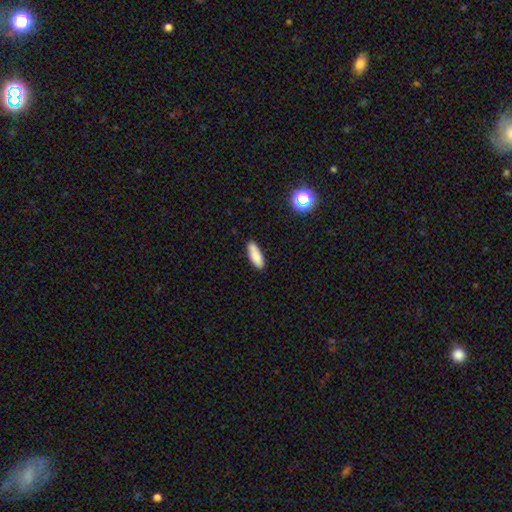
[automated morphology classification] This is clearly a smooth galaxy (83%). How rounded: possibly in between (57%). Merging: clearly none (84%).